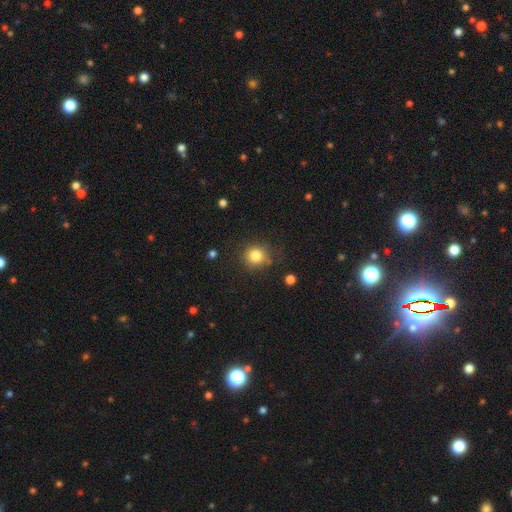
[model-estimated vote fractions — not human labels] smooth-or-featured: smooth: 82% | star or artifact: 12% | featured or disk: 6%
  how-rounded: round: 88% | in between: 11% | cigar-shaped: 1%
  merging: none: 80% | minor disturbance: 14% | major disturbance: 4% | merger: 3%